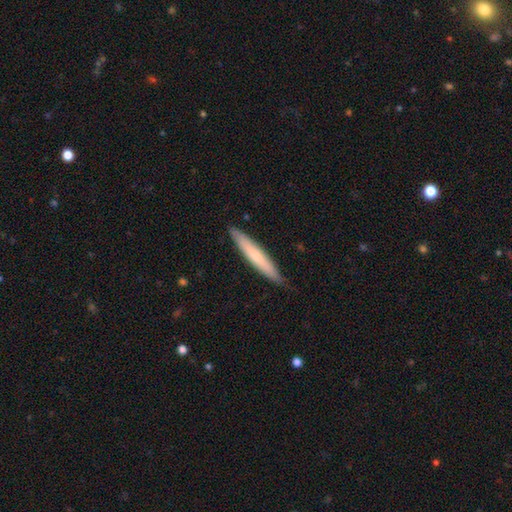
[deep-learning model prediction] smooth_or_featured: smooth (p=0.65) [alt: featured or disk p=0.29]
how_rounded: cigar-shaped (p=0.94) [alt: in between p=0.05]
merging: none (p=0.89) [alt: minor disturbance p=0.09]